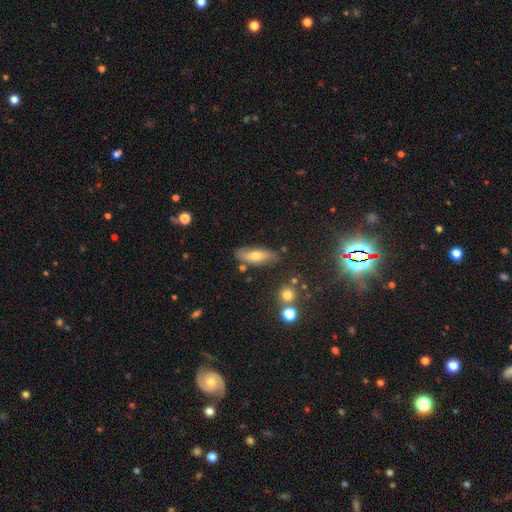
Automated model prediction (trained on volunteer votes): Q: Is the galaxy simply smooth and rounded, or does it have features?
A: smooth — 62%.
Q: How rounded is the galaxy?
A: in between — 64%.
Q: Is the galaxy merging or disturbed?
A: none — 77%.